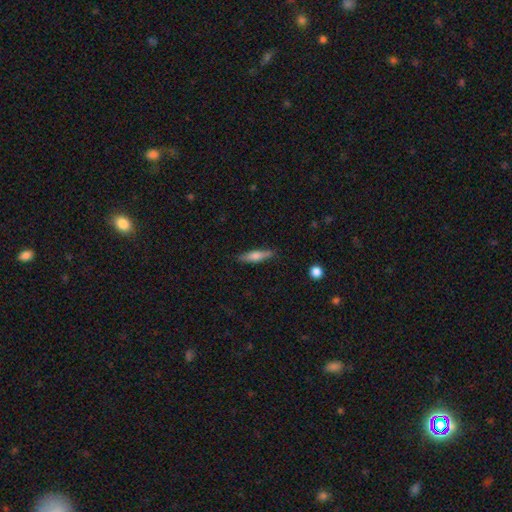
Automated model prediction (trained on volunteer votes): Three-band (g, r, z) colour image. It shows a smooth galaxy with no disk features (60%) that is cigar-shaped (74%). Merging: none (82%).